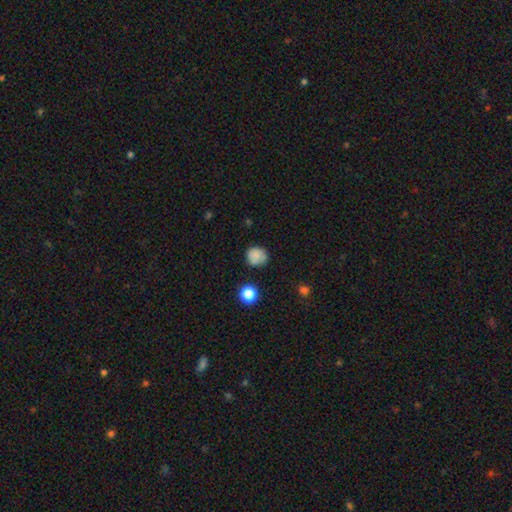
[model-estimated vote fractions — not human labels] Overall: smooth (78%). How rounded: round (86%). Merging: none (74%).